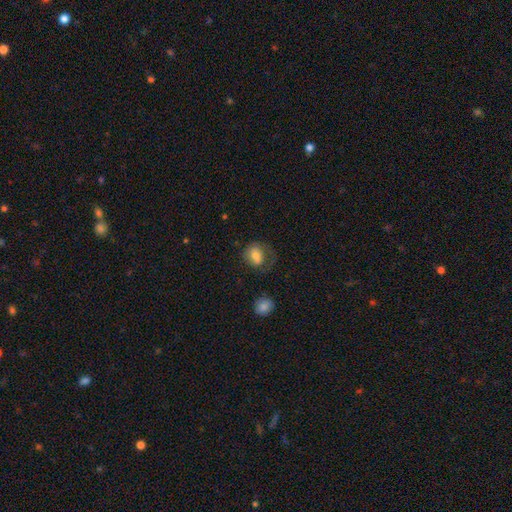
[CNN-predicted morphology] Smooth or featured?
  - smooth: 71% *
  - featured or disk: 20%
  - star or artifact: 9%
How rounded?
  - round: 50% *
  - in between: 49%
  - cigar-shaped: 1%
Merging?
  - none: 44% *
  - major disturbance: 28%
  - minor disturbance: 22%
  - merger: 6%